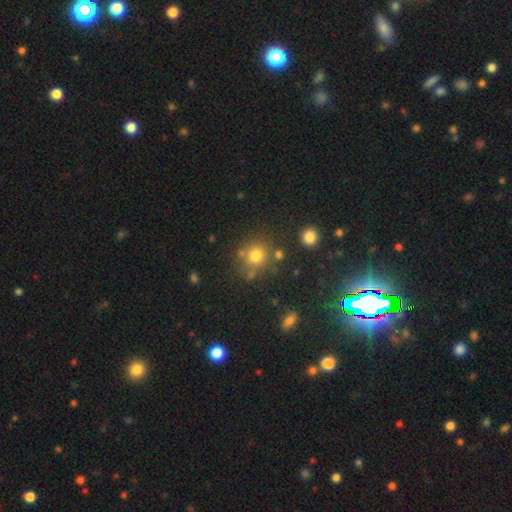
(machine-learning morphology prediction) Smooth or featured?
  - smooth: 75% *
  - star or artifact: 16%
  - featured or disk: 9%
How rounded?
  - round: 88% *
  - in between: 11%
  - cigar-shaped: 1%
Merging?
  - none: 76% *
  - minor disturbance: 10%
  - merger: 9%
  - major disturbance: 4%